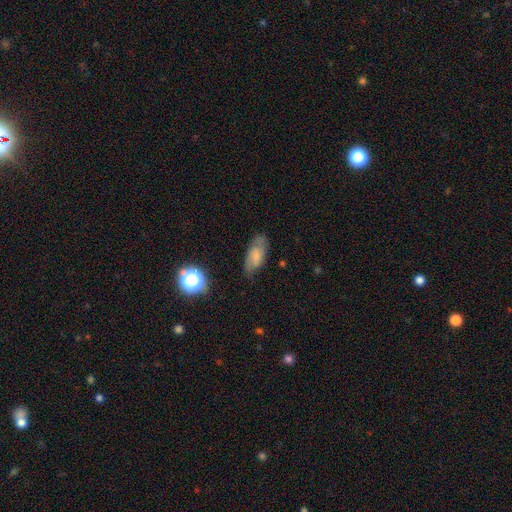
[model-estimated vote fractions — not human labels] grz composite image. It shows a smooth galaxy with no disk features (65%) that is in between round and cigar-shaped (85%). Merging: none (70%).